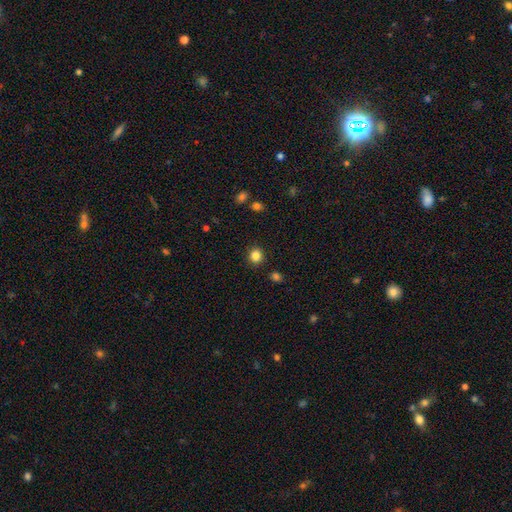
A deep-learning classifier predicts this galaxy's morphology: Overall: smooth (83%). How rounded: round (87%). Merging: none (90%).